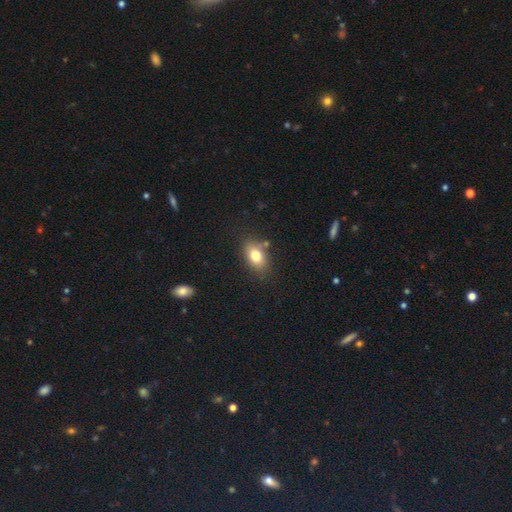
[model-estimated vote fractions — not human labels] Smooth or featured: smooth — 78% (featured or disk — 13%)
How rounded: in between — 83% (round — 14%)
Merging: none — 76% (minor disturbance — 14%)